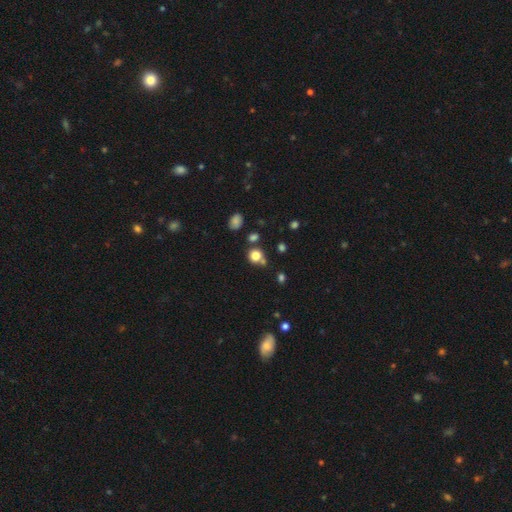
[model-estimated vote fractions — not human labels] Smooth or featured?
  - smooth: 80% *
  - star or artifact: 14%
  - featured or disk: 6%
How rounded?
  - round: 85% *
  - in between: 14%
  - cigar-shaped: 1%
Merging?
  - none: 65% *
  - merger: 17%
  - minor disturbance: 13%
  - major disturbance: 5%